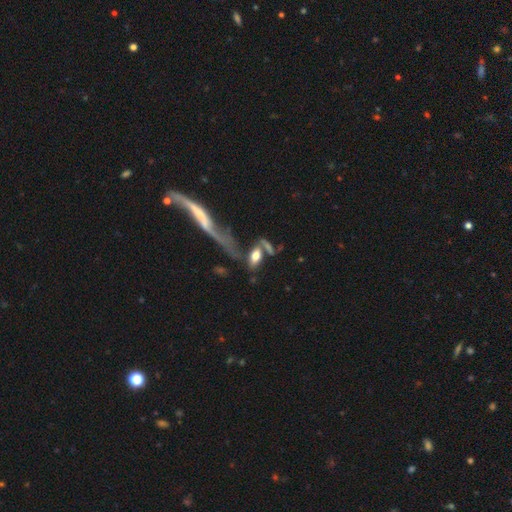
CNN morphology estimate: The model was most divided on "merging": none: 36%, merger: 33%, major disturbance: 16%, minor disturbance: 14%. More confident: how rounded — in between (83%); smooth or featured — smooth (64%).